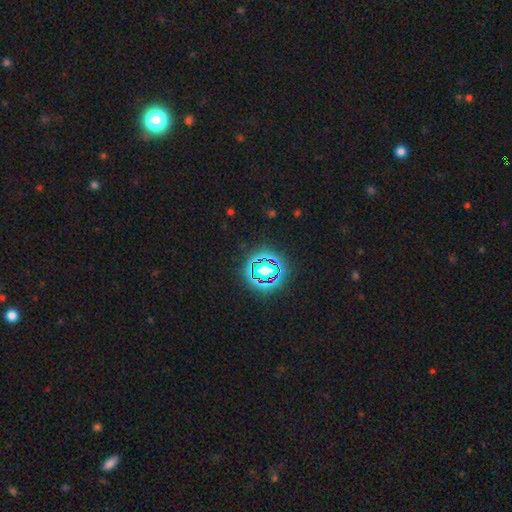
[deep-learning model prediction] smooth_or_featured: star or artifact (p=0.82) [alt: smooth p=0.12]